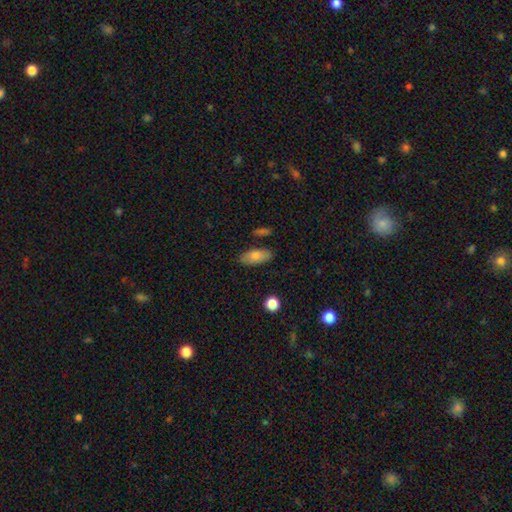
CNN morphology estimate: The model was most divided on "smooth or featured": smooth: 79%, featured or disk: 14%, star or artifact: 7%. More confident: how rounded — in between (87%); merging — none (82%).